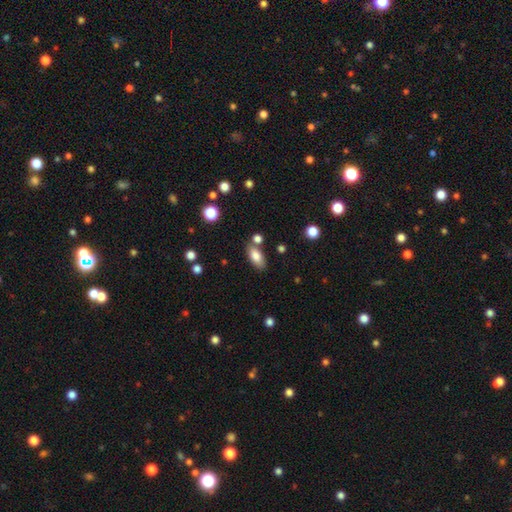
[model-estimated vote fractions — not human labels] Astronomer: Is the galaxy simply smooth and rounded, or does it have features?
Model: smooth — 82%.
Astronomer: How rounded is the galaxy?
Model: in between — 87%.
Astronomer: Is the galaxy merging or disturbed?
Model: none — 72%.